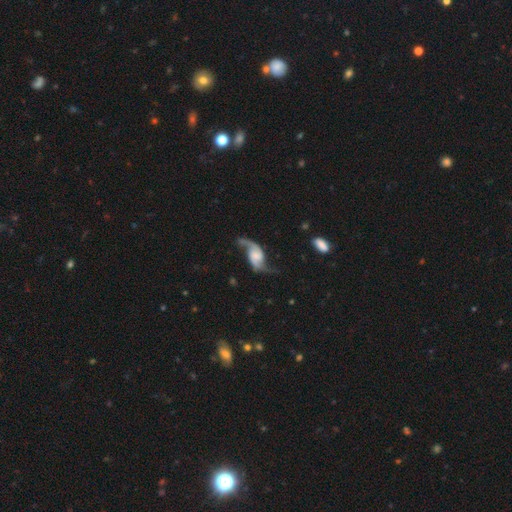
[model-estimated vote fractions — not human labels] Overall: featured or disk (88%). Edge-on disk: no (97%). Bar: no (46%; weak 39%). Spiral arms: yes (97%). Spiral arm count: 2 (93%). Spiral winding: loose (77%). Bulge size: none (42%; small 21%). Merging: none (66%).